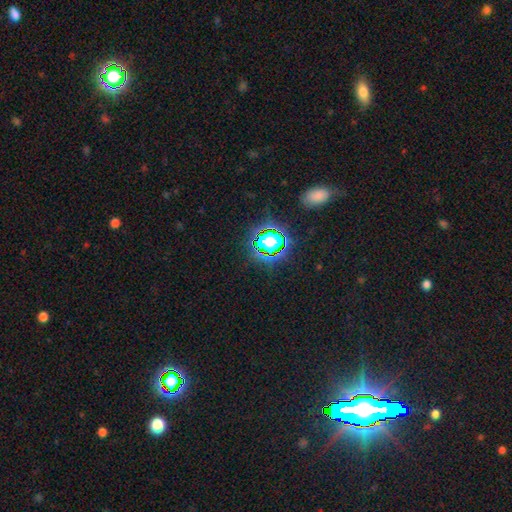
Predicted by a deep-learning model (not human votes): star or artifact 80%, smooth 12%, featured or disk 8%.